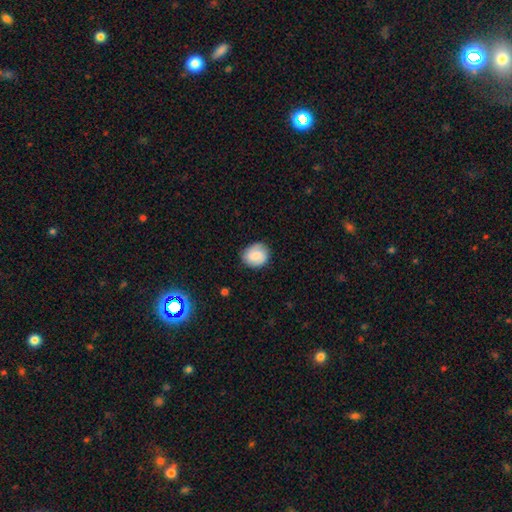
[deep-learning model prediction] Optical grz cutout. It shows a smooth galaxy with no disk features (76%) that is round (76%). Merging: none (81%).